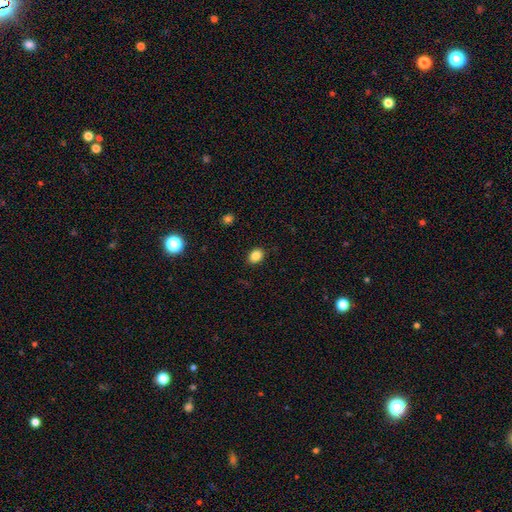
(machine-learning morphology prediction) Smooth or featured?
  - smooth: 85% *
  - star or artifact: 10%
  - featured or disk: 5%
How rounded?
  - in between: 60% *
  - round: 39%
  - cigar-shaped: 1%
Merging?
  - none: 89% *
  - minor disturbance: 8%
  - major disturbance: 2%
  - merger: 1%